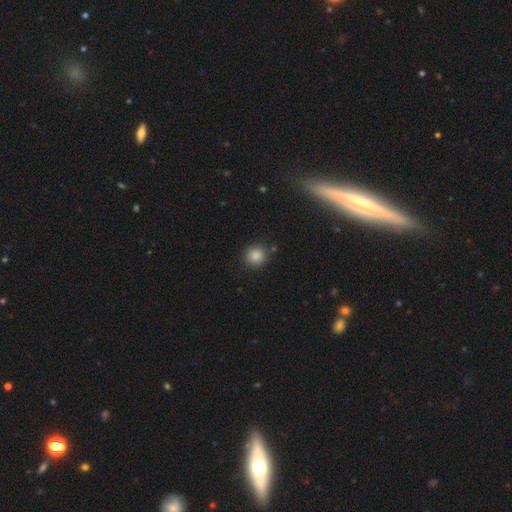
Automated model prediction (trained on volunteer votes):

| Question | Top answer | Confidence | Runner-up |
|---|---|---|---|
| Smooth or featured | smooth | 85% | star or artifact (10%) |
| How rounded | round | 89% | in between (10%) |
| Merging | none | 85% | minor disturbance (9%) |